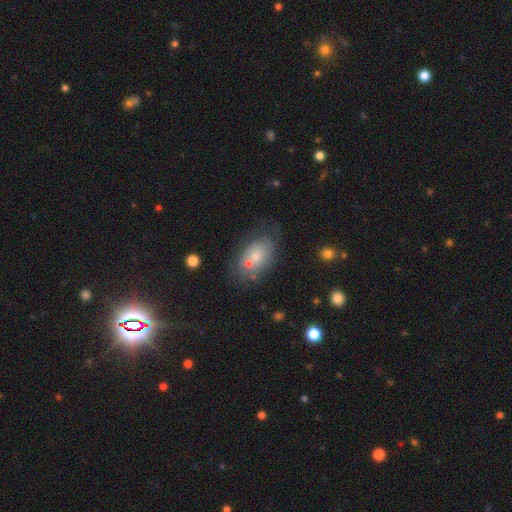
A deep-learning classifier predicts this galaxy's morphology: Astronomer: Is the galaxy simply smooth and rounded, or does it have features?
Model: smooth — 62%.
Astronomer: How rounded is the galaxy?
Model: in between — 86%.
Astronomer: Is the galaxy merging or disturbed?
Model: none — 51%.